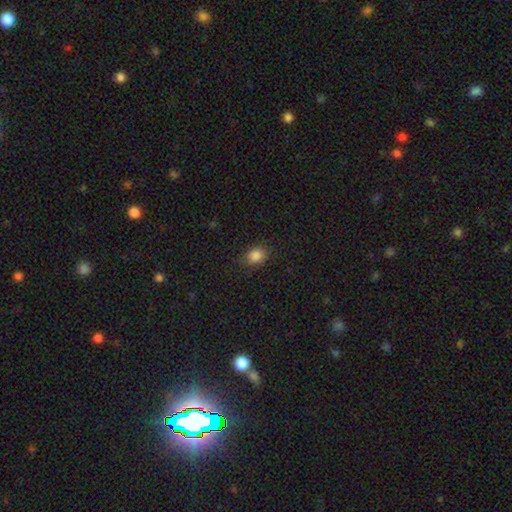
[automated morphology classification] The model was most divided on "how rounded": round: 55%, in between: 44%, cigar-shaped: 1%. More confident: smooth or featured — smooth (85%); merging — none (84%).